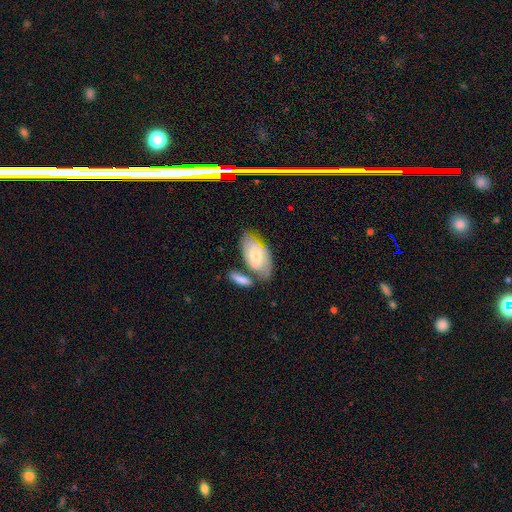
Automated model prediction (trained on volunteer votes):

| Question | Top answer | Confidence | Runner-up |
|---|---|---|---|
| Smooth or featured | smooth | 59% | featured or disk (36%) |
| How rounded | in between | 91% | cigar-shaped (5%) |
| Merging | none | 44% | merger (28%) |